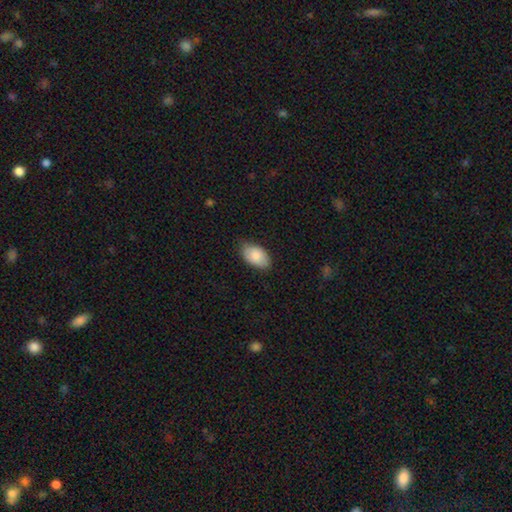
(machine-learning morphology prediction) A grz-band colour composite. It shows a smooth galaxy with no disk features (85%) that is in between round and cigar-shaped (94%). Merging: none (76%).